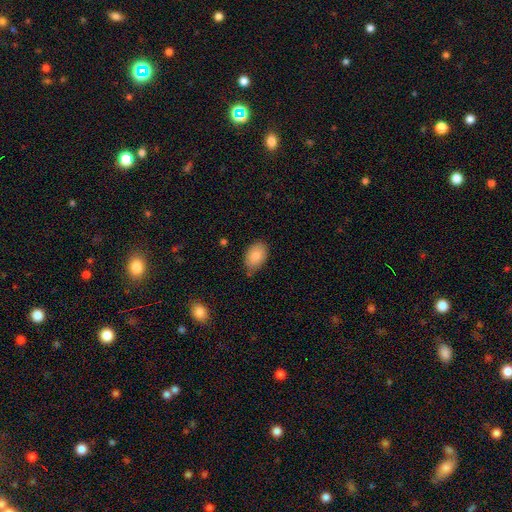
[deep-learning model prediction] Smooth or featured? smooth (85%)
How rounded? in between (87%)
Merging? none (77%)